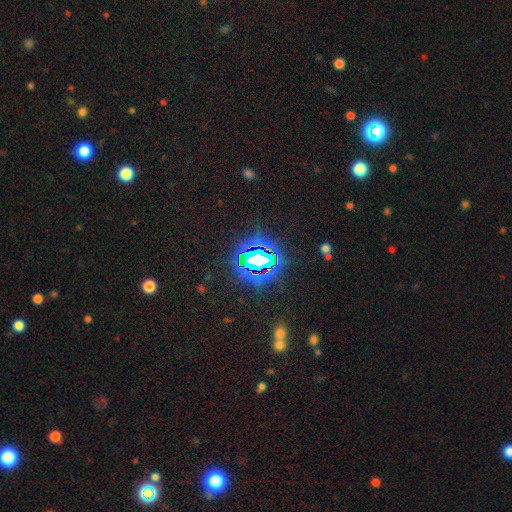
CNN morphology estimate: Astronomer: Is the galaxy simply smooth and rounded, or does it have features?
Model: star or artifact — 79%.